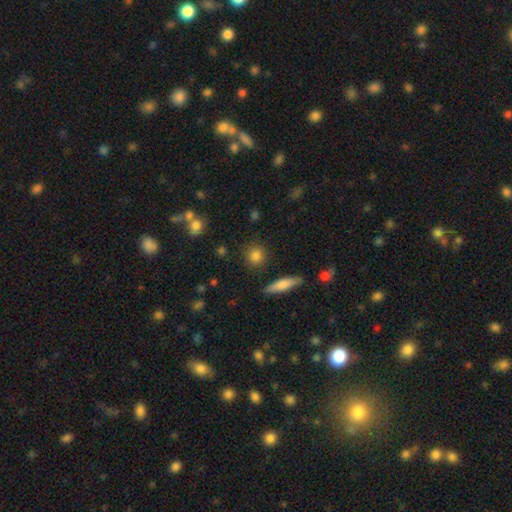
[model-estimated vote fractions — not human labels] A smooth galaxy with no disk features (83%) that is round (82%). Merging: none (86%).